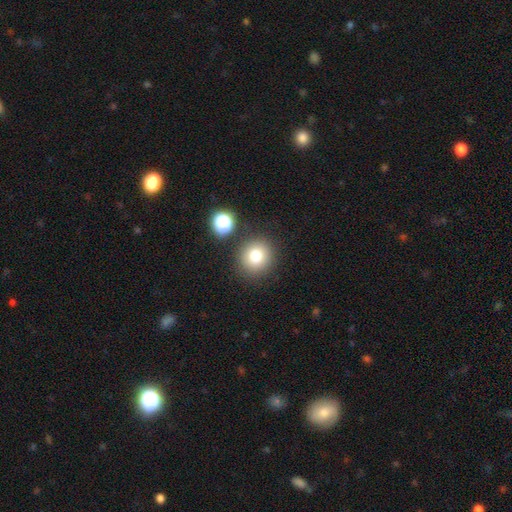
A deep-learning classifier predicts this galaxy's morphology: A smooth galaxy with no disk features (78%) that is round (91%).

Vote fractions:
- Smooth or featured? smooth: 78% / star or artifact: 14% / featured or disk: 9%
- How rounded? round: 91% / in between: 8% / cigar-shaped: 1%
- Merging? none: 85% / minor disturbance: 7% / merger: 5% / major disturbance: 3%